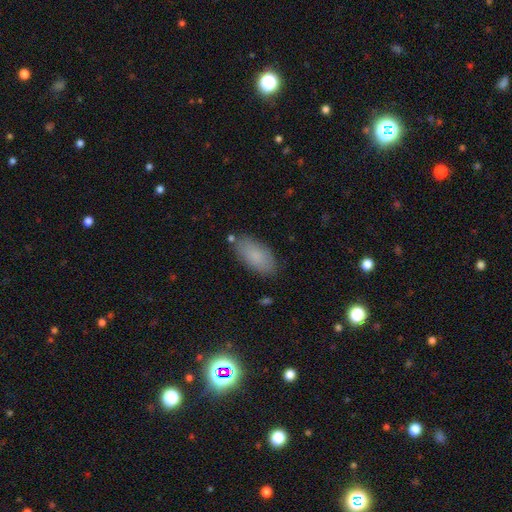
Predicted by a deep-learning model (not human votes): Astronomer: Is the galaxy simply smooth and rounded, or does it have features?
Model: smooth — 83%.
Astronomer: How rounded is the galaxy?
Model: in between — 91%.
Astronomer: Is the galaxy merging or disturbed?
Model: none — 82%.